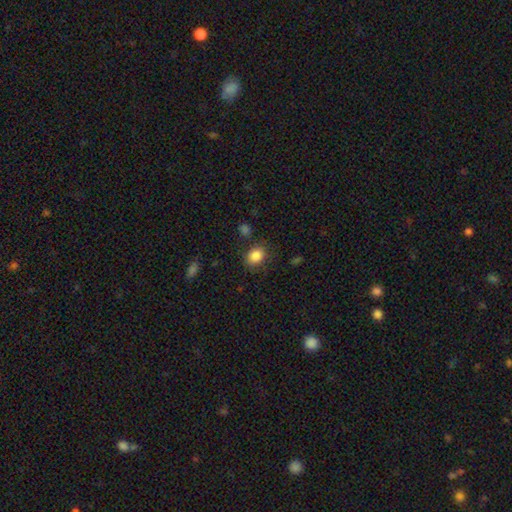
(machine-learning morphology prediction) smooth 85%, star or artifact 10%, featured or disk 5%. Down the decision tree: how rounded — round (53%); merging — none (80%).